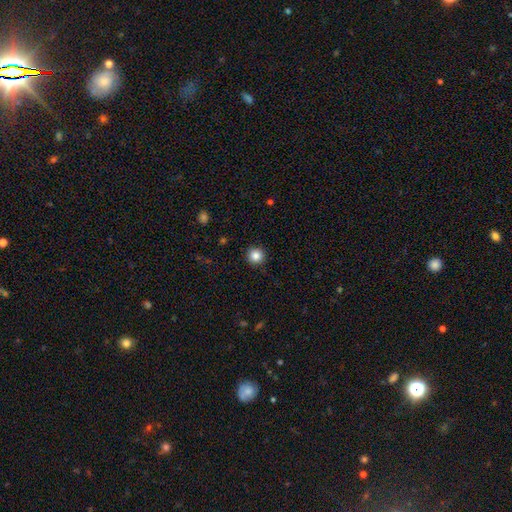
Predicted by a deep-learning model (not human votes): Morphology: type=smooth (85%); roundness=round (95%); merging=none (93%).